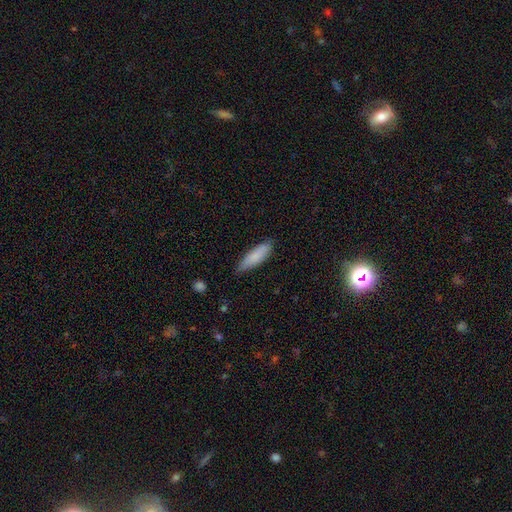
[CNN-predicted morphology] smooth_or_featured: smooth (p=0.82) [alt: featured or disk p=0.12]
how_rounded: cigar-shaped (p=0.57) [alt: in between p=0.41]
merging: none (p=0.78) [alt: minor disturbance p=0.18]